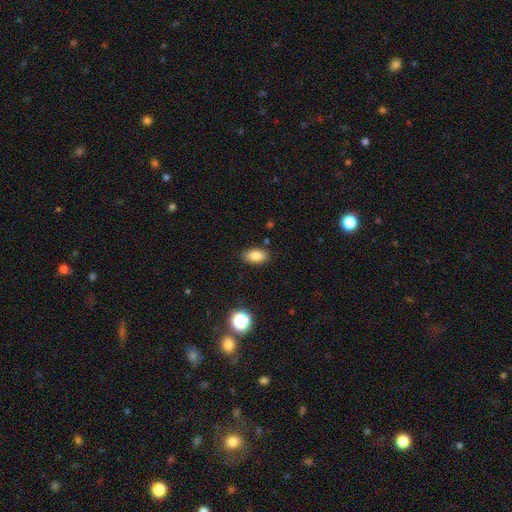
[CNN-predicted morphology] This appears to be a smooth galaxy with no disk features (84%) that is in between round and cigar-shaped (90%). Merging: none (86%).